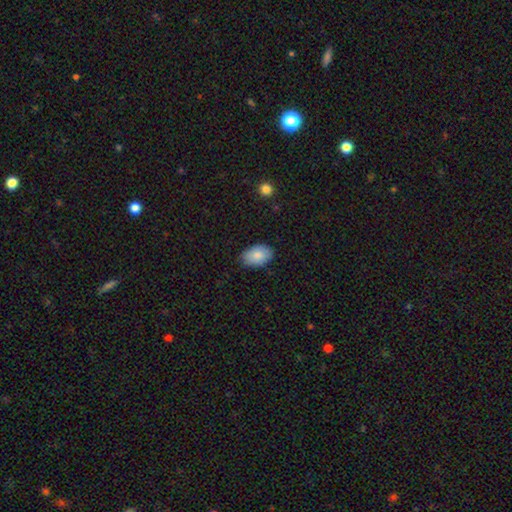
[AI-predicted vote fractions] The model was most divided on "merging": none: 79%, minor disturbance: 17%, major disturbance: 3%, merger: 1%. More confident: how rounded — in between (89%); smooth or featured — smooth (84%).